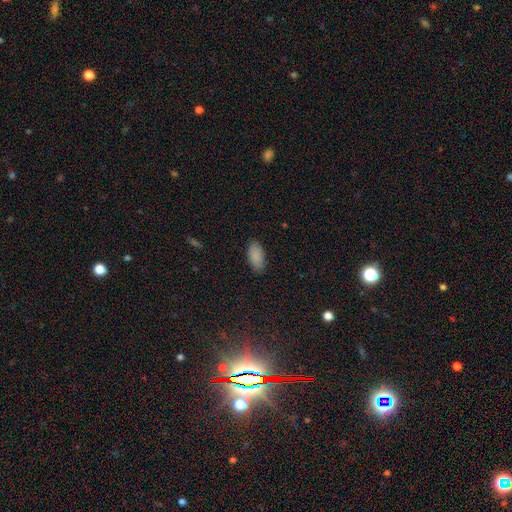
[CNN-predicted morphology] Smooth or featured? smooth (88%)
How rounded? in between (94%)
Merging? none (86%)